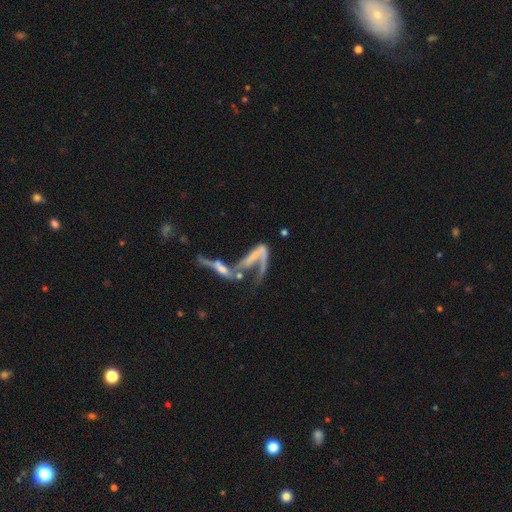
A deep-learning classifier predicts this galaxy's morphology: A featured or disk galaxy (65%) with no bar (65%), no spiral arms (51%) and no central bulge (57%). Merging: merger (52%).